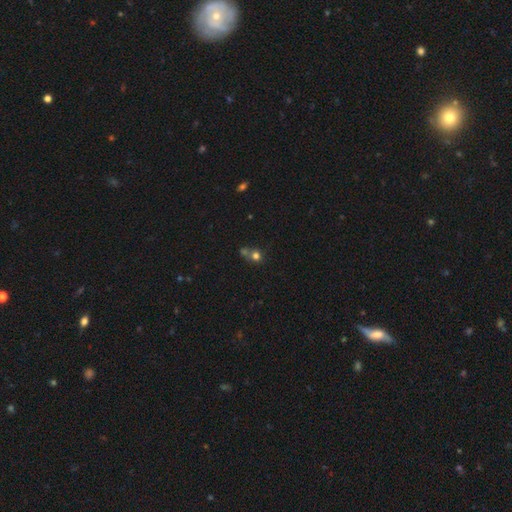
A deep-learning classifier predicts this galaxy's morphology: This appears to be a smooth galaxy with no disk features (70%) that is round (84%). Merging: none (48%).